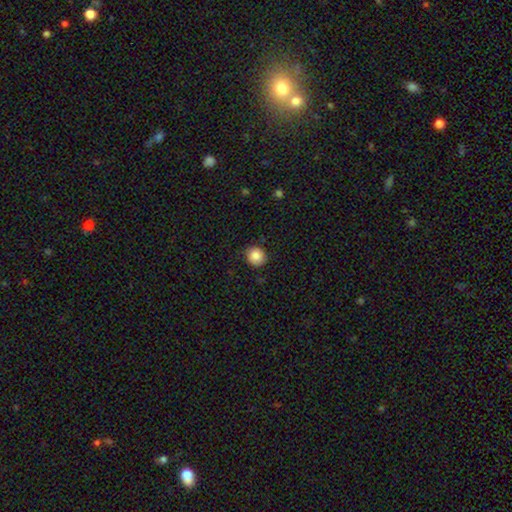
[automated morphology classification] Overall: smooth (87%). How rounded: round (89%). Merging: none (87%).